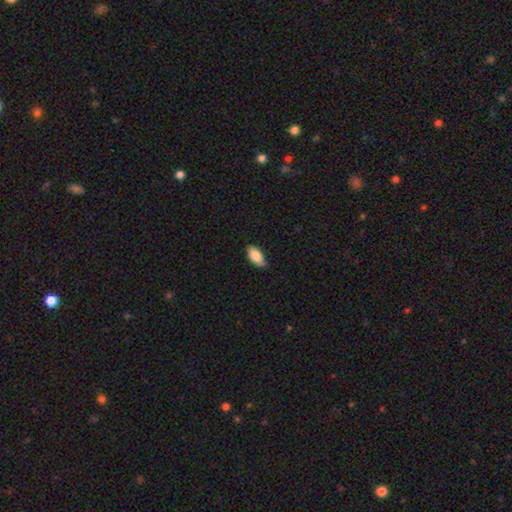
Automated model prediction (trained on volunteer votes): This is clearly a smooth galaxy (84%). How rounded: clearly in between (92%). Merging: likely none (76%).